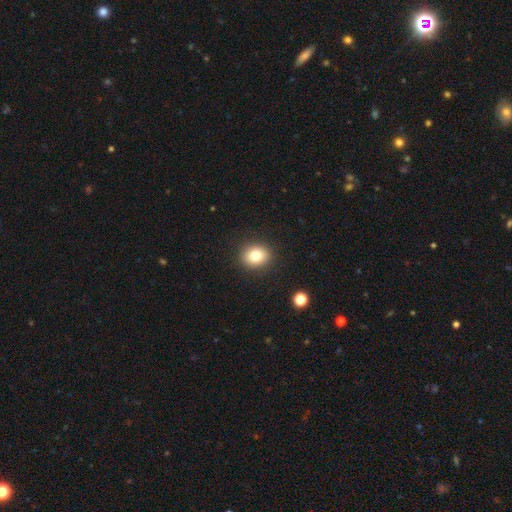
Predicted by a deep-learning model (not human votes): smooth_or_featured: smooth (p=0.81) [alt: star or artifact p=0.10]
how_rounded: round (p=0.64) [alt: in between p=0.36]
merging: none (p=0.89) [alt: minor disturbance p=0.07]